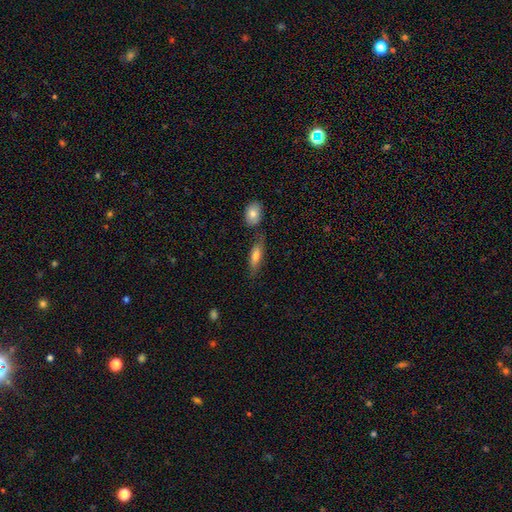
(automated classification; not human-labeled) Smooth or featured?
  - smooth: 71% *
  - featured or disk: 22%
  - star or artifact: 7%
How rounded?
  - cigar-shaped: 50% *
  - in between: 48%
  - round: 3%
Merging?
  - none: 65% *
  - minor disturbance: 16%
  - merger: 14%
  - major disturbance: 5%